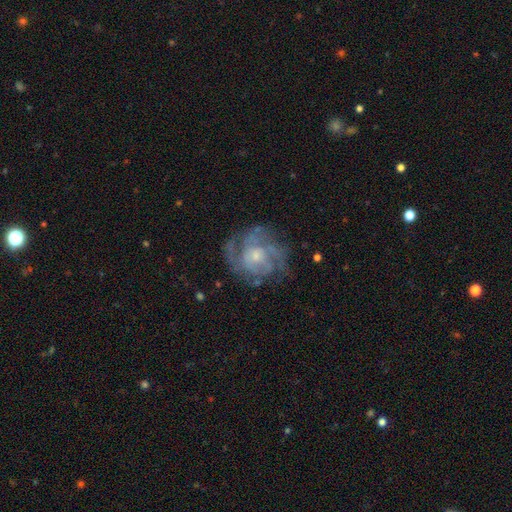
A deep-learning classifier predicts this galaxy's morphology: Smooth or featured: featured or disk — 81% (smooth — 12%)
Edge-on disk: no — 98% (yes — 2%)
Bar: no — 76% (weak — 21%)
Spiral arms: yes — 88% (no — 12%)
Spiral winding: tight — 50% (medium — 39%)
Spiral arm count: can't tell — 34% (3 — 24%)
Bulge size: small — 62% (moderate — 30%)
Merging: none — 67% (minor disturbance — 18%)